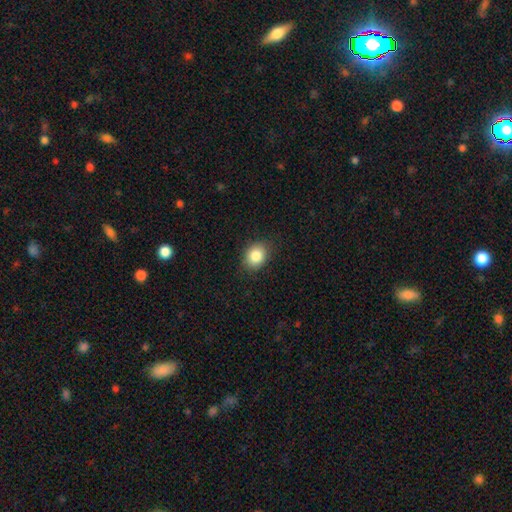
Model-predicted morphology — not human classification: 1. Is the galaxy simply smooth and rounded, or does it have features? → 84% smooth, 9% star or artifact, 6% featured or disk.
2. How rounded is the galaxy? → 51% round, 48% in between, 1% cigar-shaped.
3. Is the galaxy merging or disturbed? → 86% none, 10% minor disturbance, 3% major disturbance, 1% merger.